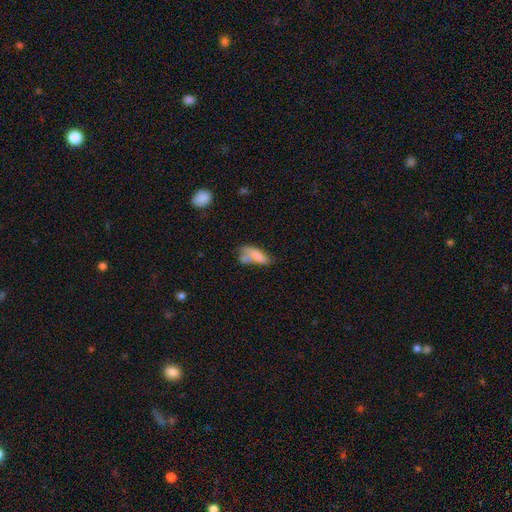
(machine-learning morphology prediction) A smooth galaxy with no disk features (65%) that is in between round and cigar-shaped (70%). Merging: merger (32%).